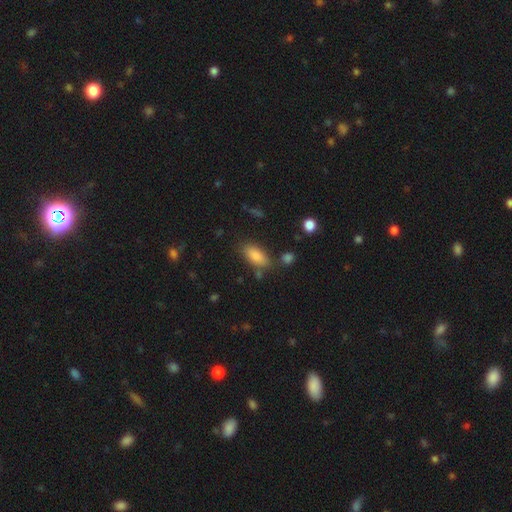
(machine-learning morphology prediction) smooth-or-featured: smooth: 85% | star or artifact: 9% | featured or disk: 7%
  how-rounded: in between: 84% | cigar-shaped: 14% | round: 3%
  merging: none: 77% | minor disturbance: 14% | merger: 5% | major disturbance: 4%